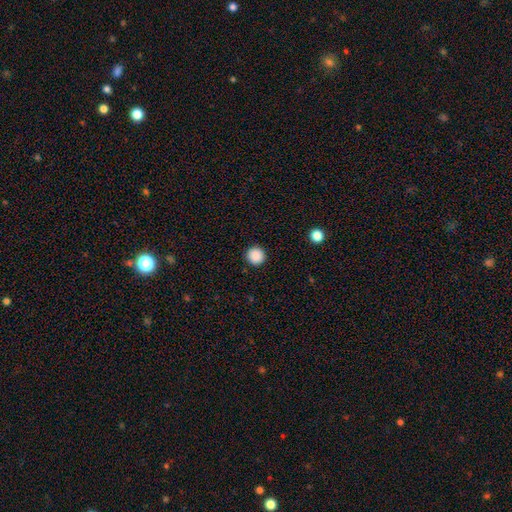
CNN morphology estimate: Overall: smooth (88%). How rounded: round (95%). Merging: none (92%).